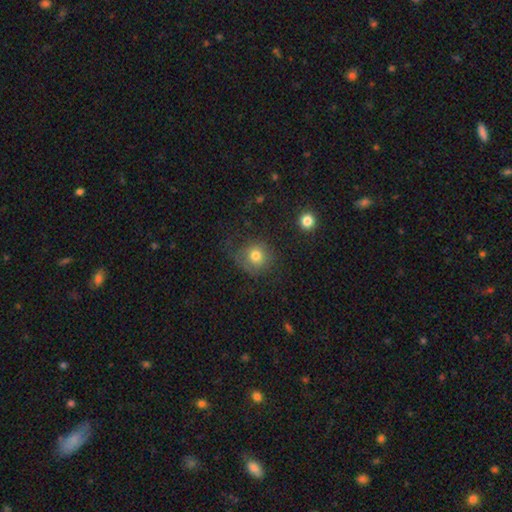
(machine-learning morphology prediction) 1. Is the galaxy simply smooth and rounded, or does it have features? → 75% smooth, 14% featured or disk, 11% star or artifact.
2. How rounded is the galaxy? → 88% round, 11% in between, 1% cigar-shaped.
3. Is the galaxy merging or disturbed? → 66% none, 19% minor disturbance, 13% major disturbance, 2% merger.